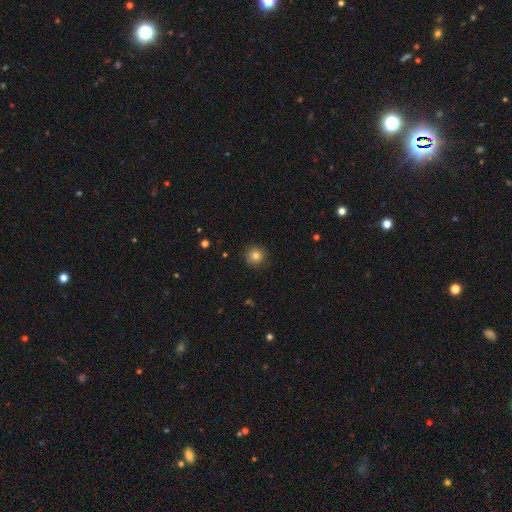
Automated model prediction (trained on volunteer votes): Morphology: type=smooth (81%); roundness=round (95%); merging=none (90%).